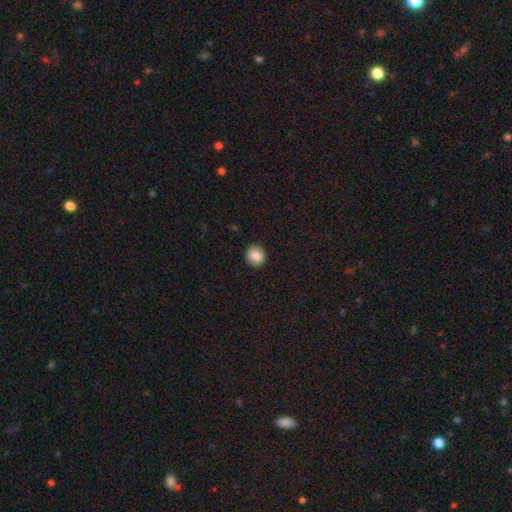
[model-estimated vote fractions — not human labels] smooth-or-featured: smooth: 82% | featured or disk: 9% | star or artifact: 9%
  how-rounded: round: 85% | in between: 14% | cigar-shaped: 1%
  merging: none: 89% | minor disturbance: 8% | major disturbance: 2% | merger: 1%